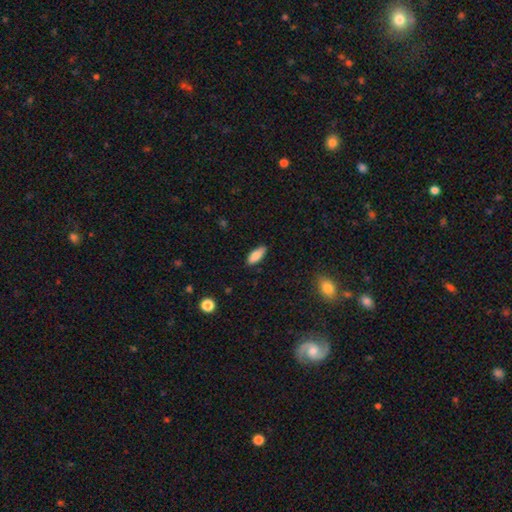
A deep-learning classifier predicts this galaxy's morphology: Smooth or featured: smooth — 84% (featured or disk — 9%)
How rounded: in between — 75% (cigar-shaped — 23%)
Merging: none — 86% (minor disturbance — 11%)